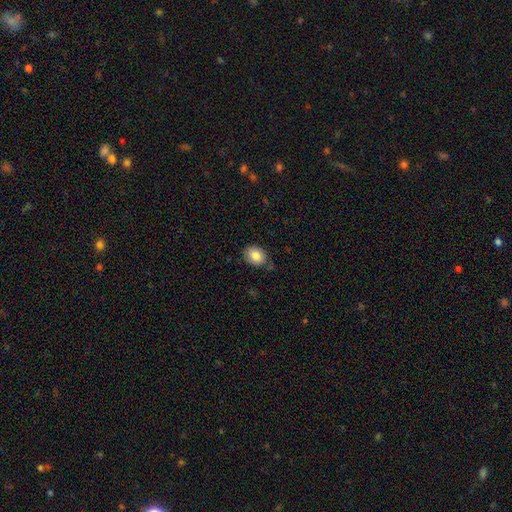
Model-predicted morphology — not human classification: smooth 83%, featured or disk 9%, star or artifact 8%. Down the decision tree: how rounded — in between (58%); merging — none (75%).